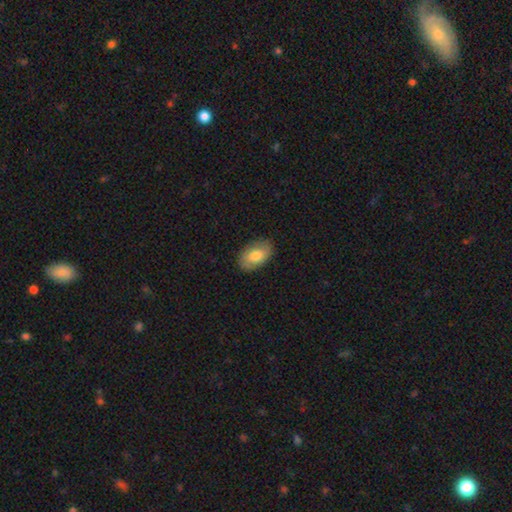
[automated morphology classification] A smooth galaxy with no disk features (76%) that is in between round and cigar-shaped (92%). Merging: none (87%).